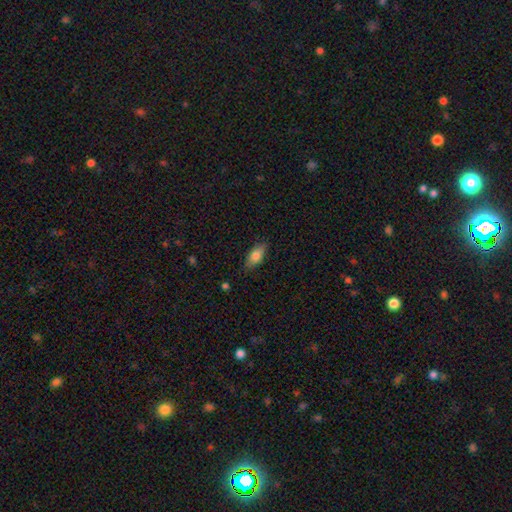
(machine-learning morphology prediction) The model was most divided on "smooth or featured": smooth: 78%, featured or disk: 15%, star or artifact: 7%. More confident: how rounded — in between (84%); merging — none (81%).